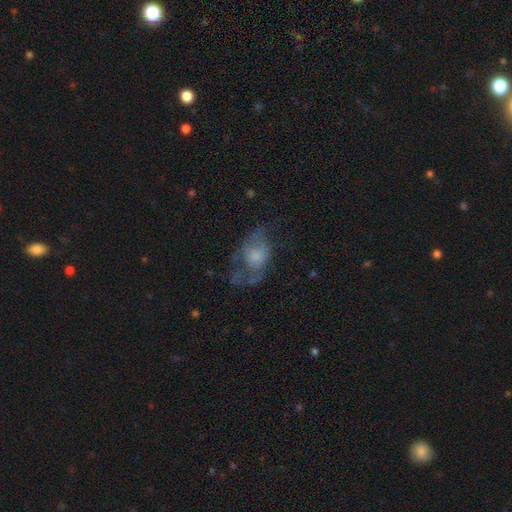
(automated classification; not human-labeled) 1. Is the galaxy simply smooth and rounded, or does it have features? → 49% featured or disk, 38% smooth, 12% star or artifact.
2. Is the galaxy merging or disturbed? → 40% none, 34% major disturbance, 23% minor disturbance, 3% merger.